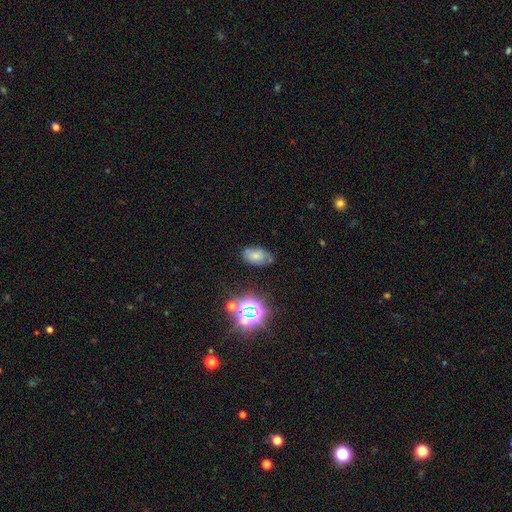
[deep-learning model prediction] Smooth or featured? smooth (62%)
How rounded? in between (90%)
Merging? none (69%)